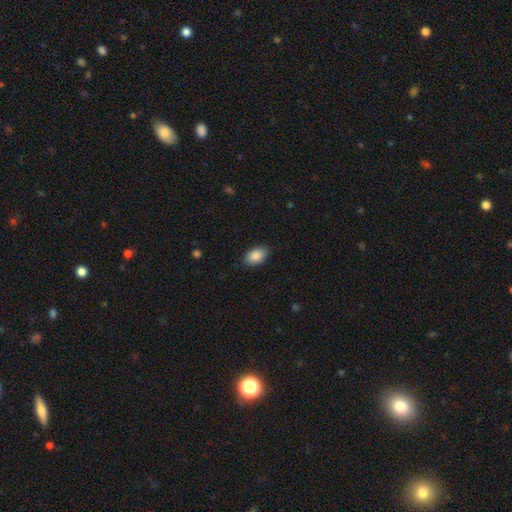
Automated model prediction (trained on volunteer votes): Smooth or featured? smooth (89%)
How rounded? in between (90%)
Merging? none (85%)